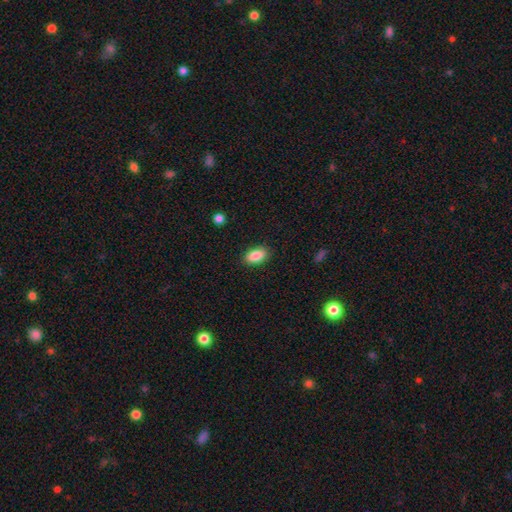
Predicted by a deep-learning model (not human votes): A smooth galaxy with no disk features (87%) that is in between round and cigar-shaped (91%).

Vote fractions:
- Smooth or featured? smooth: 87% / star or artifact: 7% / featured or disk: 5%
- How rounded? in between: 91% / round: 6% / cigar-shaped: 3%
- Merging? none: 87% / minor disturbance: 9% / major disturbance: 2% / merger: 1%